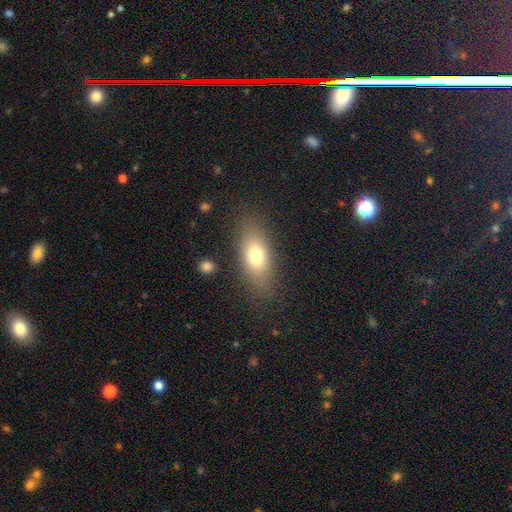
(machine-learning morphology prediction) smooth 73%, featured or disk 17%, star or artifact 10%. Down the decision tree: how rounded — in between (82%); merging — none (82%).